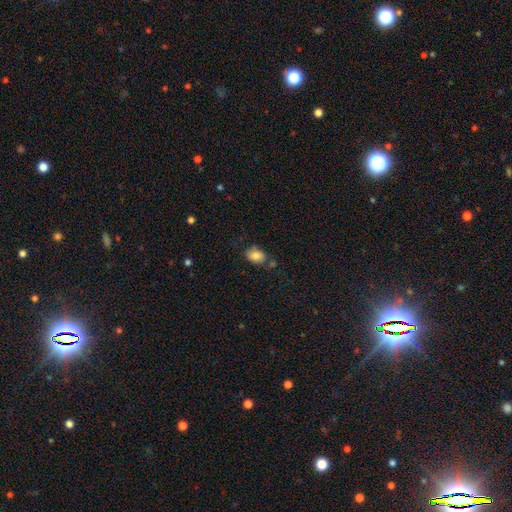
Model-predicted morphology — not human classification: This appears to be a smooth galaxy with no disk features (81%) that is in between round and cigar-shaped (80%). Merging: none (66%).